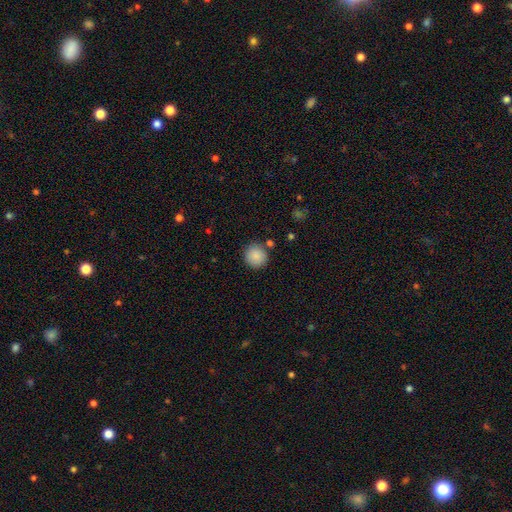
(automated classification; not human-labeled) Smooth or featured: smooth — 87% (star or artifact — 8%)
How rounded: round — 93% (in between — 6%)
Merging: none — 86% (minor disturbance — 8%)